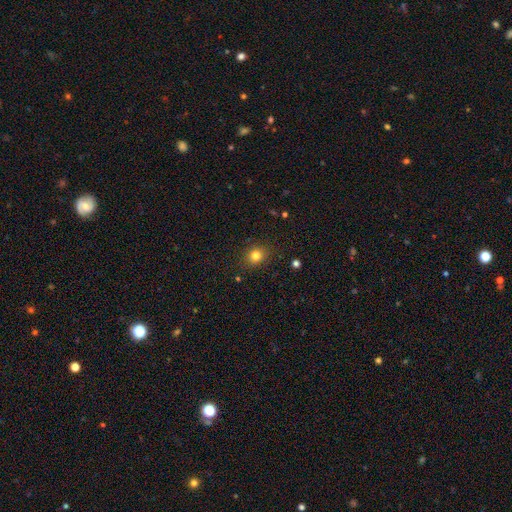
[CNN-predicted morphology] This appears to be a smooth galaxy with no disk features (80%) that is round (72%). Merging: none (86%).